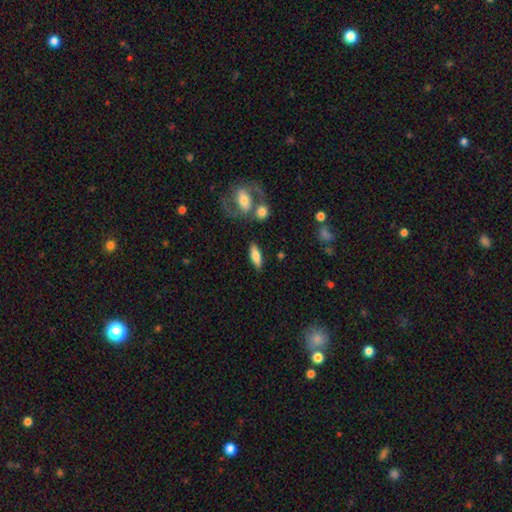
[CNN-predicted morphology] Smooth or featured? smooth (74%)
How rounded? in between (65%)
Merging? none (81%)